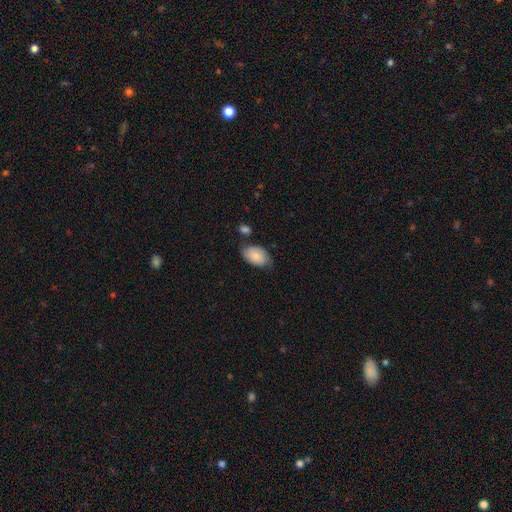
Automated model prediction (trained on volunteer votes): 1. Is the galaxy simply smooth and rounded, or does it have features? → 79% smooth, 15% featured or disk, 7% star or artifact.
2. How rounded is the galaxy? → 91% in between, 8% round, 1% cigar-shaped.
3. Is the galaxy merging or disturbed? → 58% none, 28% minor disturbance, 7% merger, 7% major disturbance.